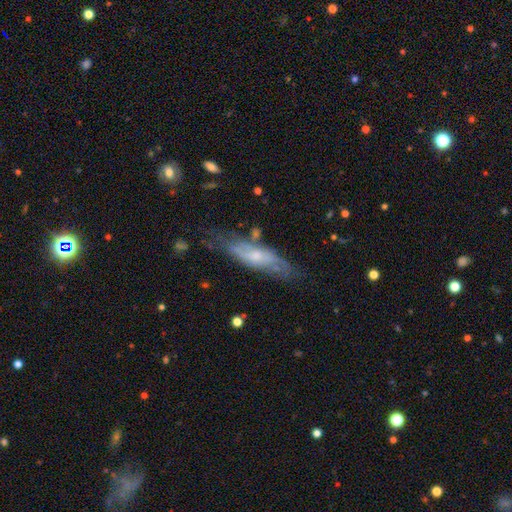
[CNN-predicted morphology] smooth-or-featured: featured or disk: 59% | smooth: 33% | star or artifact: 7%
  disk-edge-on: no: 60% | yes: 40%
  merging: none: 57% | minor disturbance: 26% | major disturbance: 11% | merger: 5%